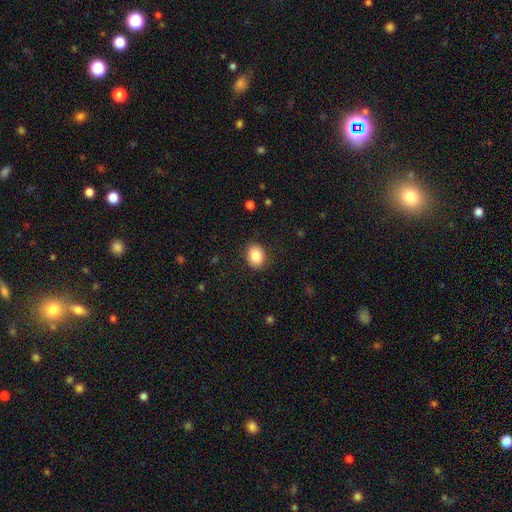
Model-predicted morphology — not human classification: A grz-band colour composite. It shows a smooth galaxy with no disk features (86%) that is in between round and cigar-shaped (51%). Merging: none (87%).